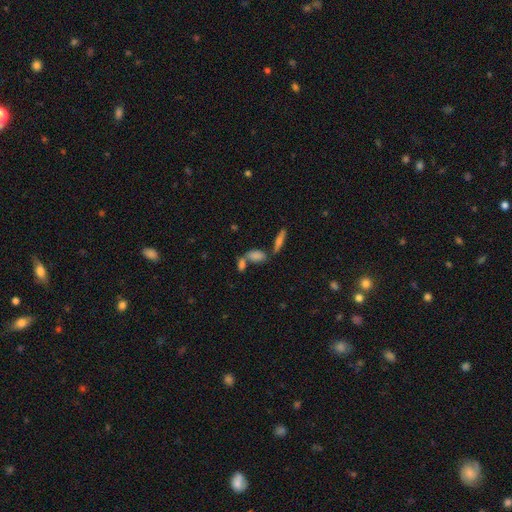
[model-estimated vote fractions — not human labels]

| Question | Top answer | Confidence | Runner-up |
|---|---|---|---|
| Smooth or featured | smooth | 63% | featured or disk (20%) |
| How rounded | in between | 69% | cigar-shaped (23%) |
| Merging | none | 46% | merger (37%) |